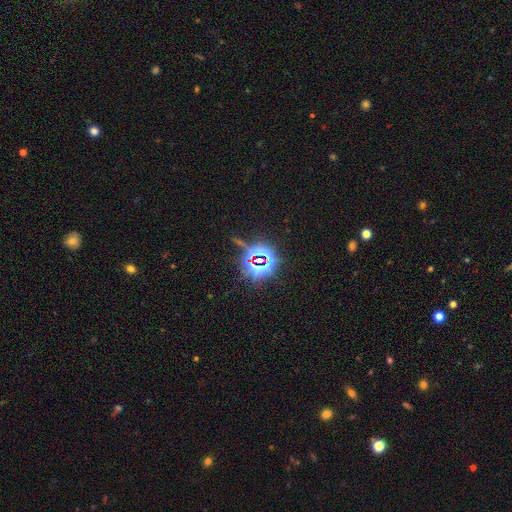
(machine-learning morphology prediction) A star or artifact, not a galaxy (82%).

Vote fractions:
- Smooth or featured? star or artifact: 82% / smooth: 10% / featured or disk: 8%